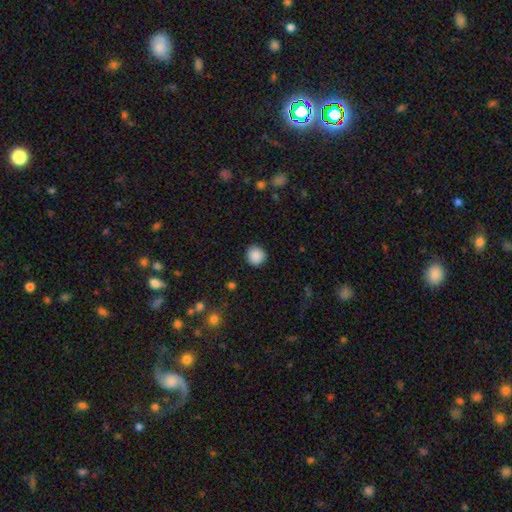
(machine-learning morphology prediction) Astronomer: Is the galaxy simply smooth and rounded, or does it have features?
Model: smooth — 89%.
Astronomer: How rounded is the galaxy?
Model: round — 93%.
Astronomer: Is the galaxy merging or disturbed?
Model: none — 91%.